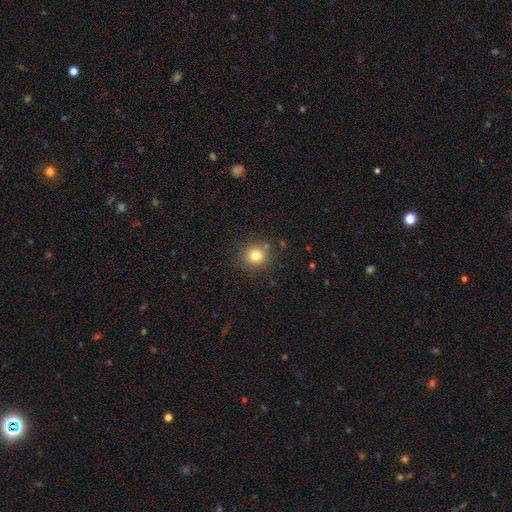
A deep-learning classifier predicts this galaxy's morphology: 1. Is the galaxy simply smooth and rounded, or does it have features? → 79% smooth, 13% star or artifact, 7% featured or disk.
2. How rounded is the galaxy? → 92% round, 7% in between, 1% cigar-shaped.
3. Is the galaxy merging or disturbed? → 85% none, 8% minor disturbance, 4% merger, 3% major disturbance.